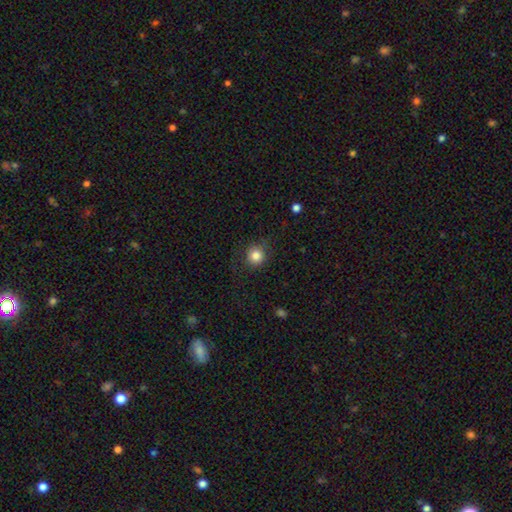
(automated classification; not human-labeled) This is clearly a smooth galaxy (84%). How rounded: clearly round (91%). Merging: clearly none (84%).